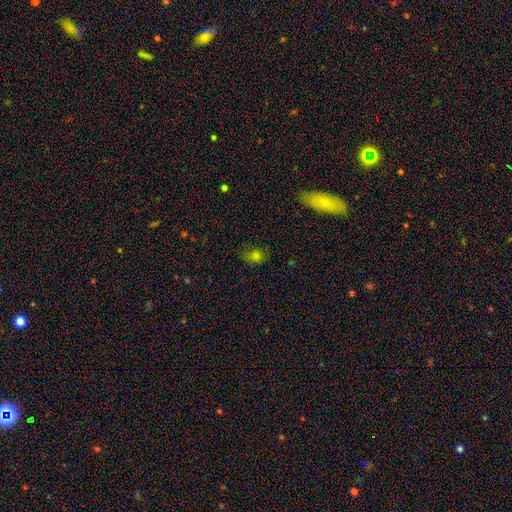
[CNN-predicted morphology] smooth 74%, star or artifact 19%, featured or disk 8%. Down the decision tree: how rounded — round (51%); merging — none (72%).